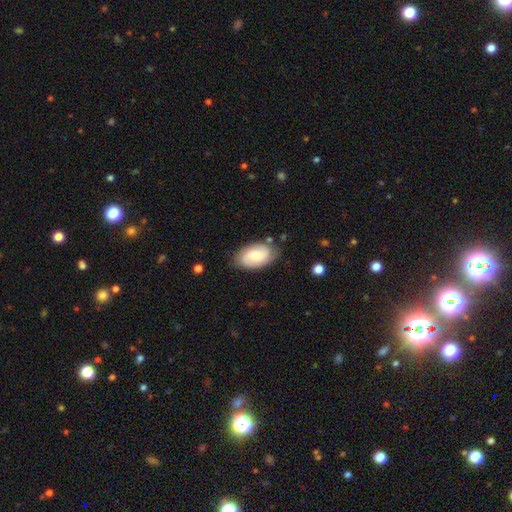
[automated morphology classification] This appears to be a smooth galaxy with no disk features (54%) that is in between round and cigar-shaped (92%). Merging: none (74%).